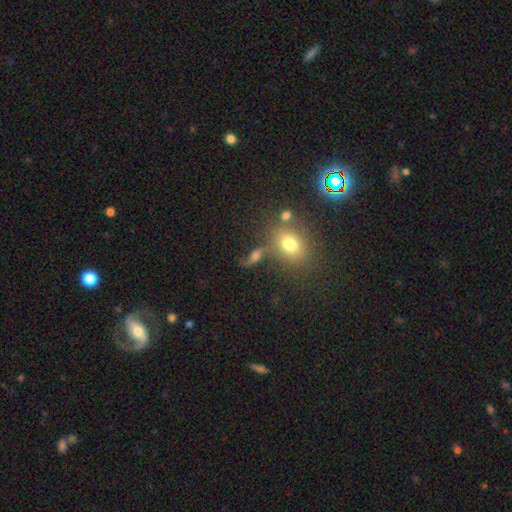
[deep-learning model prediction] Q: Smooth or featured?
A: smooth (47%); runner-up: featured or disk (31%)
Q: Merging?
A: none (57%); runner-up: minor disturbance (16%)